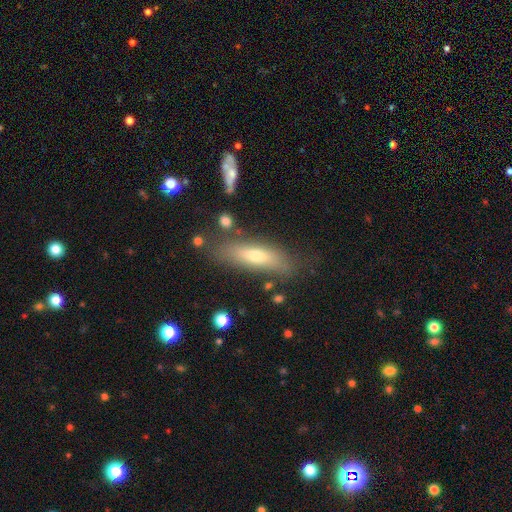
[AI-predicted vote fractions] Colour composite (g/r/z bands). It shows a smooth galaxy with no disk features (59%) that is cigar-shaped (61%). Merging: none (75%).